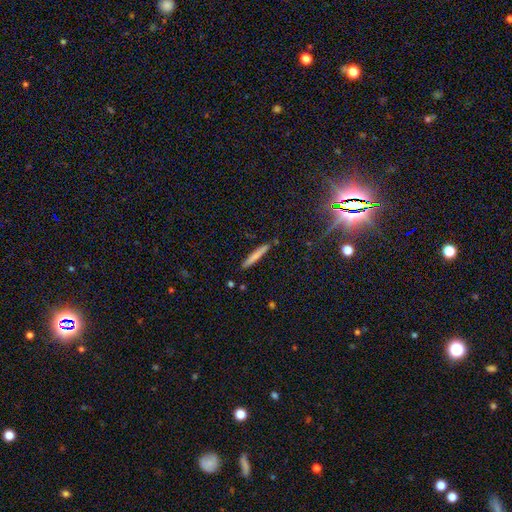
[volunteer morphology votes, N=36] Smooth or featured?
  - smooth: 81% *
  - featured or disk: 17%
  - star or artifact: 3%
How rounded?
  - cigar-shaped: 97% *
  - round: 3%
  - in between: 0%
Merging?
  - none: 86% *
  - minor disturbance: 11%
  - merger: 3%
  - major disturbance: 0%